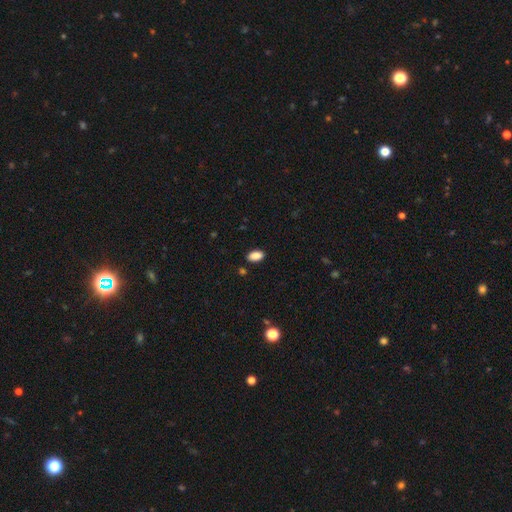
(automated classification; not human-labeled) Overall: smooth (89%). How rounded: in between (93%). Merging: none (88%).